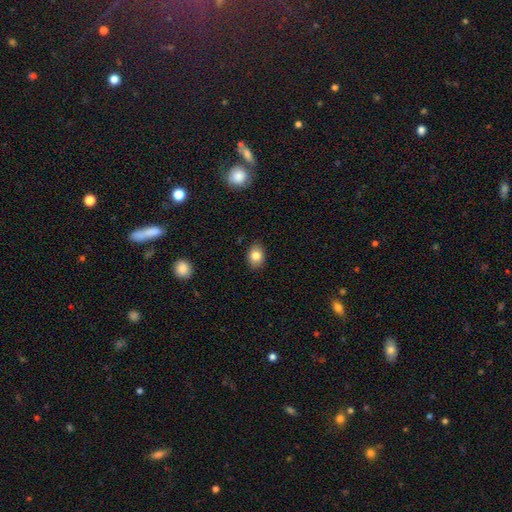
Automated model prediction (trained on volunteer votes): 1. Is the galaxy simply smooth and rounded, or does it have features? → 83% smooth, 9% star or artifact, 8% featured or disk.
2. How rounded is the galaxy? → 67% in between, 32% round, 1% cigar-shaped.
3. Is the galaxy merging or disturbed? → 86% none, 11% minor disturbance, 2% major disturbance, 1% merger.